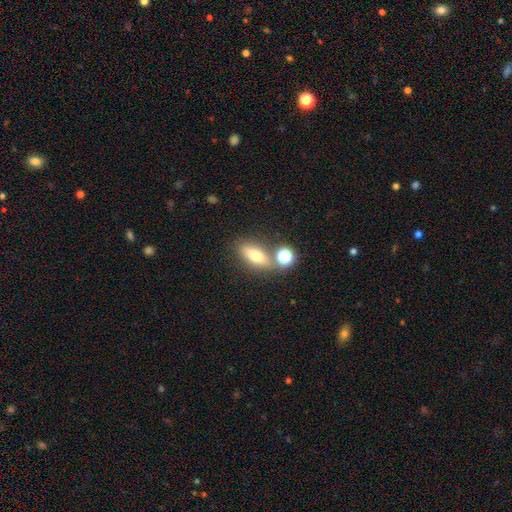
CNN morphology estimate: A smooth galaxy with no disk features (66%) that is in between round and cigar-shaped (63%).

Vote fractions:
- Smooth or featured? smooth: 66% / featured or disk: 23% / star or artifact: 11%
- How rounded? in between: 63% / cigar-shaped: 26% / round: 11%
- Merging? none: 66% / merger: 18% / minor disturbance: 12% / major disturbance: 4%